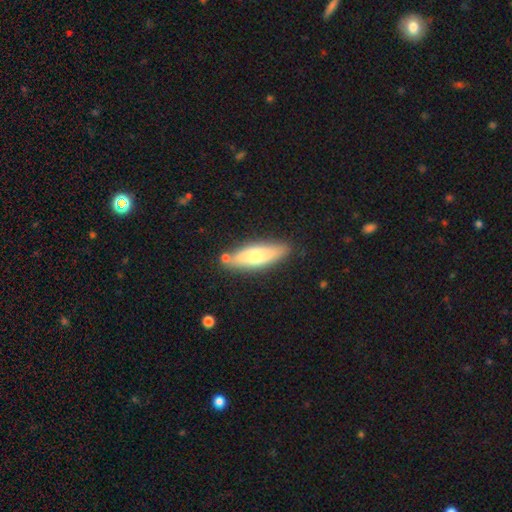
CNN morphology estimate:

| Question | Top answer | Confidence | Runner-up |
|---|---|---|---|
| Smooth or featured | smooth | 62% | featured or disk (32%) |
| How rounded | cigar-shaped | 55% | in between (43%) |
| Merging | none | 79% | minor disturbance (12%) |